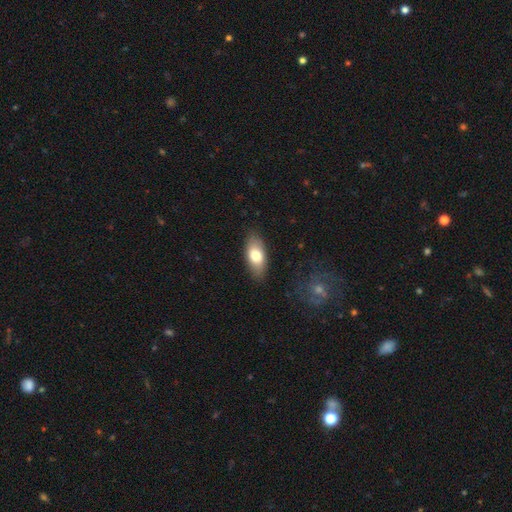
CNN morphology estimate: Smooth or featured?
  - smooth: 75% *
  - featured or disk: 19%
  - star or artifact: 6%
How rounded?
  - in between: 87% *
  - cigar-shaped: 9%
  - round: 4%
Merging?
  - none: 84% *
  - minor disturbance: 12%
  - major disturbance: 3%
  - merger: 1%